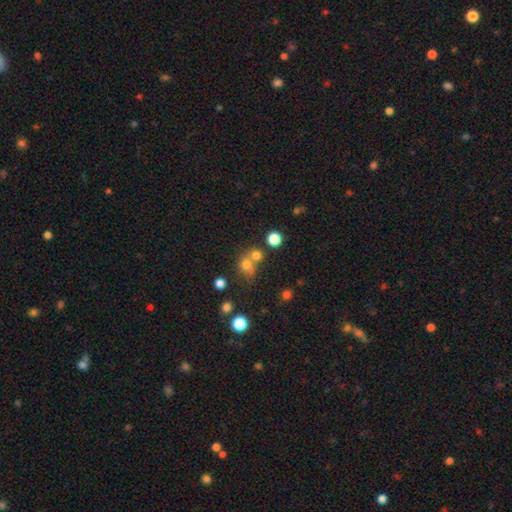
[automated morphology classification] This is likely a smooth galaxy (71%). How rounded: likely round (78%). Merging: marginally merger (45%).